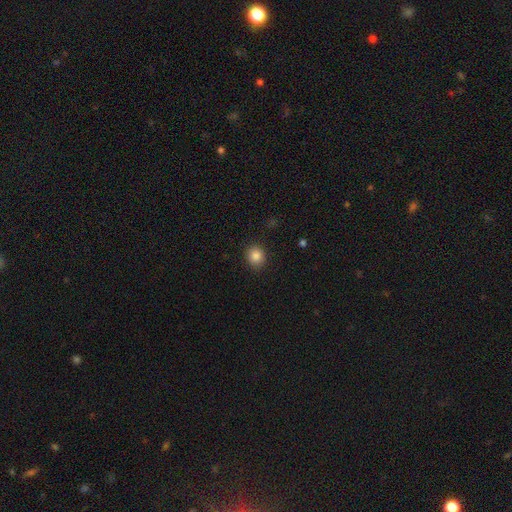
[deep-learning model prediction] Smooth or featured? Predicted: smooth (p=0.86). How rounded? Predicted: round (p=0.81). Merging? Predicted: none (p=0.90).